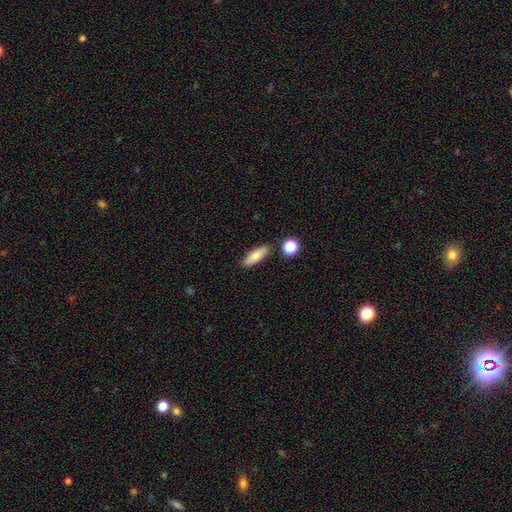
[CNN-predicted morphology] The model was most divided on "how rounded": in between: 59%, cigar-shaped: 37%, round: 4%. More confident: merging — none (83%); smooth or featured — smooth (74%).